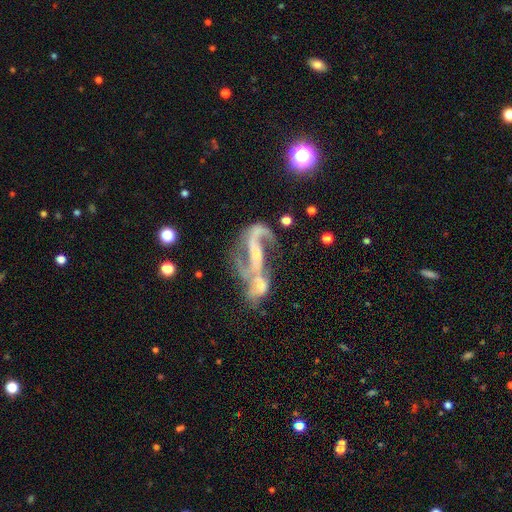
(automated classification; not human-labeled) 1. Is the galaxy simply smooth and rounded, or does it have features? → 81% featured or disk, 10% star or artifact, 9% smooth.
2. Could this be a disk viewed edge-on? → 90% no, 10% yes.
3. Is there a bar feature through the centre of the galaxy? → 36% strong, 33% weak, 31% no.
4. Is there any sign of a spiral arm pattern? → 83% yes, 17% no.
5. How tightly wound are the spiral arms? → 68% loose, 23% medium, 9% tight.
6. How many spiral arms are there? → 77% 2, 10% 1, 7% can't tell, 2% 3, 1% 4, 1% more than 4.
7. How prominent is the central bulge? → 50% small, 24% moderate, 22% none, 3% large, 2% dominant.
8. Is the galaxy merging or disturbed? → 46% merger, 22% none, 21% major disturbance, 11% minor disturbance.